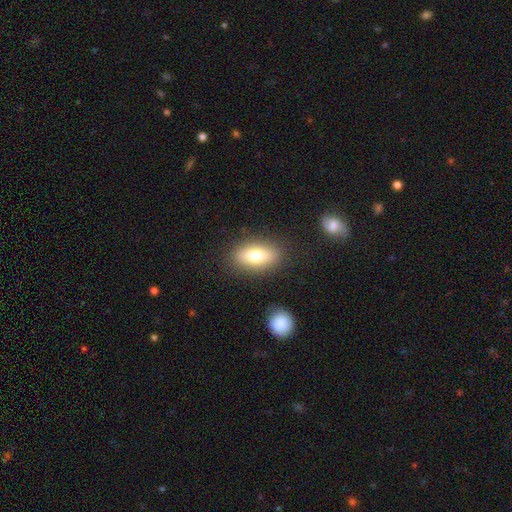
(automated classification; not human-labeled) Smooth or featured? Predicted: smooth (p=0.73). How rounded? Predicted: in between (p=0.84). Merging? Predicted: none (p=0.85).